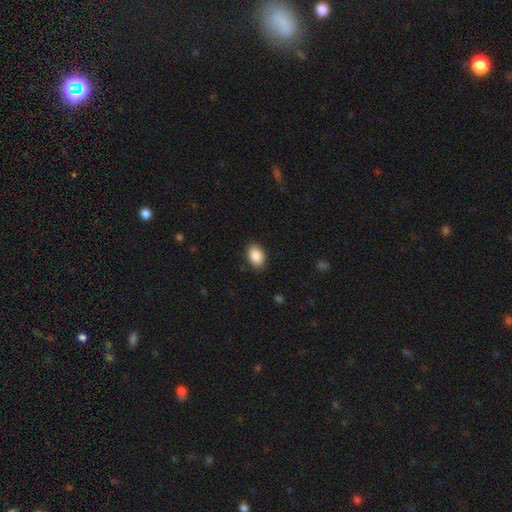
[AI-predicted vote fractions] Overall: smooth (88%). How rounded: in between (83%). Merging: none (88%).